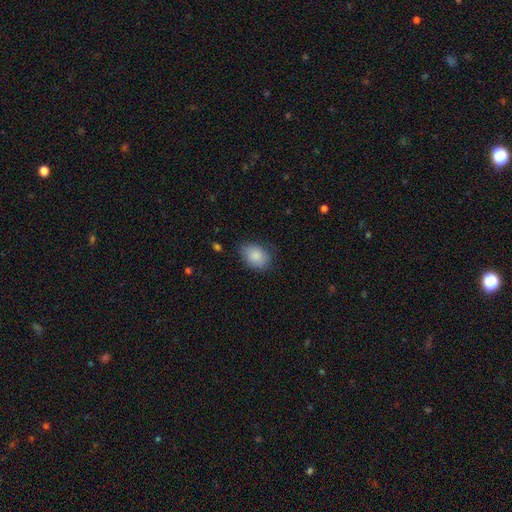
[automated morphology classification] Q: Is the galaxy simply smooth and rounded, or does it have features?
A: smooth — 87%.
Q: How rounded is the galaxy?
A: in between — 71%.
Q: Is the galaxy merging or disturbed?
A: none — 73%.